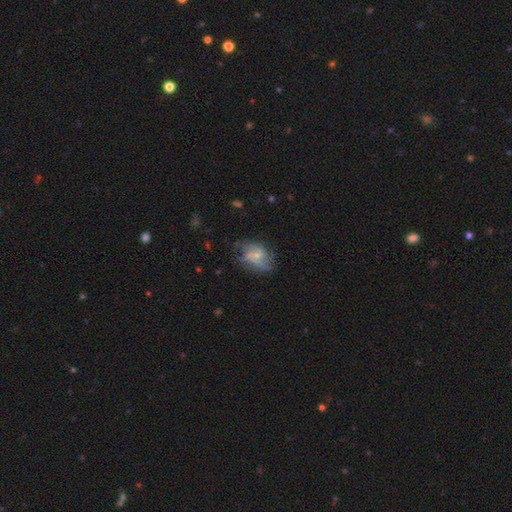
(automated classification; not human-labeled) featured or disk 66%, smooth 25%, star or artifact 9%. Down the decision tree: edge-on disk — no (97%); bar — no (52%); spiral arms — yes (80%); spiral arm count — 2 (41%); spiral winding — medium (43%); bulge size — small (63%); merging — none (52%).